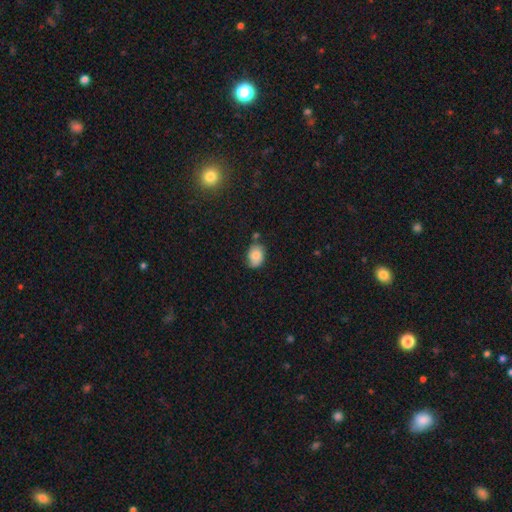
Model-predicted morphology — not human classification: This is likely a smooth galaxy (78%). How rounded: likely in between (76%). Merging: likely none (61%).